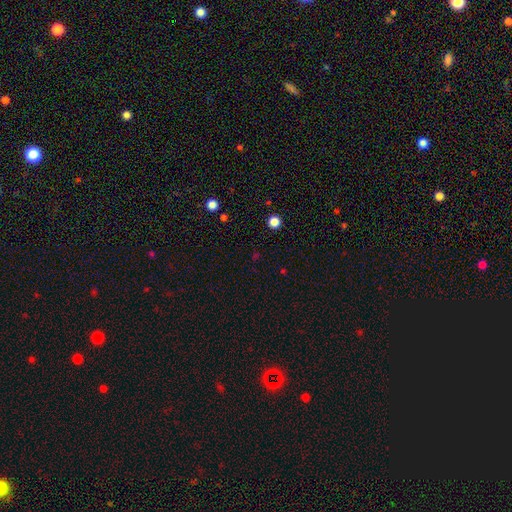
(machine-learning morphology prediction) Smooth or featured: star or artifact — 54% (smooth — 40%)